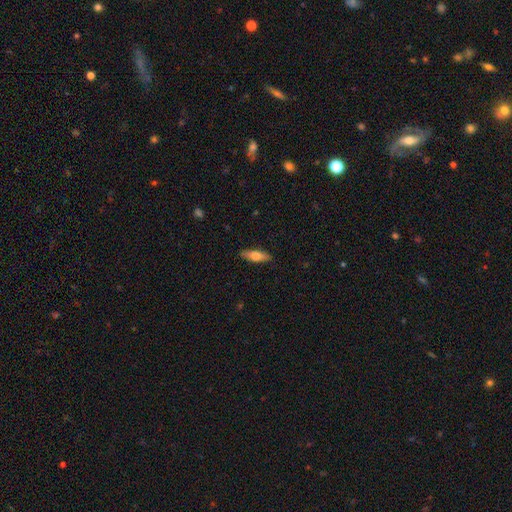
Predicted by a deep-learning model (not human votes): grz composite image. It shows a smooth galaxy with no disk features (72%) that is in between round and cigar-shaped (56%). Merging: none (88%).